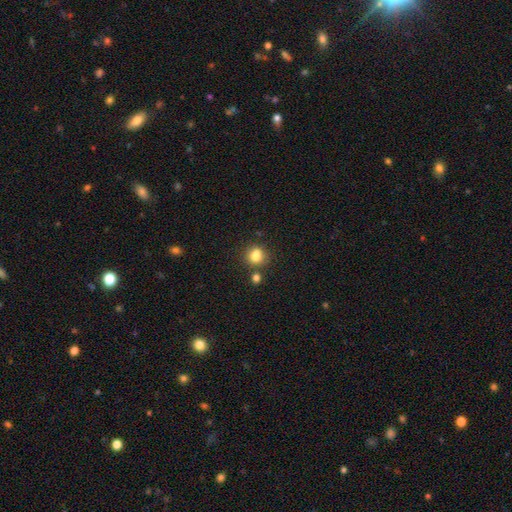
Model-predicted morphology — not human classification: smooth-or-featured: smooth: 81% | star or artifact: 12% | featured or disk: 7%
  how-rounded: round: 76% | in between: 23% | cigar-shaped: 1%
  merging: none: 70% | merger: 14% | minor disturbance: 12% | major disturbance: 3%